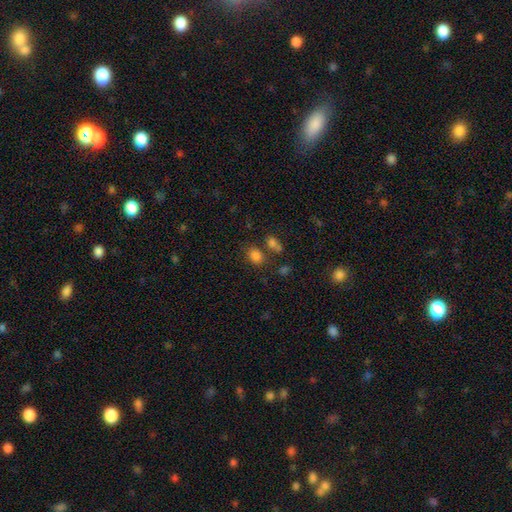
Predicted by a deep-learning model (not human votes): smooth-or-featured: smooth: 80% | star or artifact: 14% | featured or disk: 6%
  how-rounded: in between: 53% | round: 45% | cigar-shaped: 1%
  merging: none: 67% | merger: 15% | minor disturbance: 13% | major disturbance: 5%